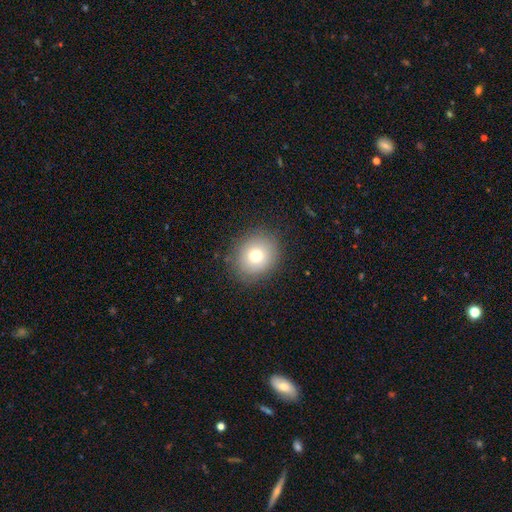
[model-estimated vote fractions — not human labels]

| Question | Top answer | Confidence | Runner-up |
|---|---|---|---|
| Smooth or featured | smooth | 74% | featured or disk (14%) |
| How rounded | round | 74% | in between (25%) |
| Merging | none | 85% | minor disturbance (10%) |